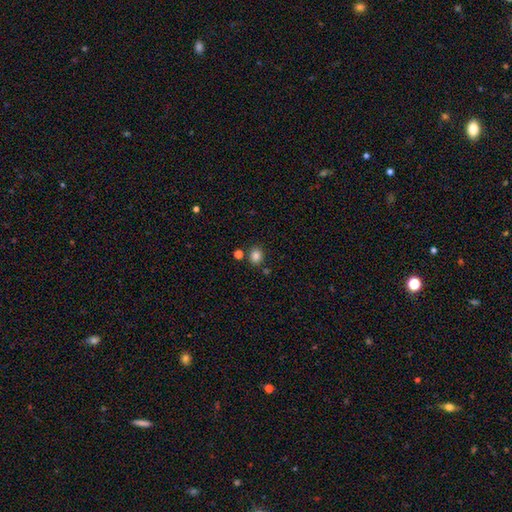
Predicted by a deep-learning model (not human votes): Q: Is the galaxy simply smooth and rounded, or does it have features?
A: smooth — 84%.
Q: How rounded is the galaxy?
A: round — 65%.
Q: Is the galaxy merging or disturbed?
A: none — 80%.